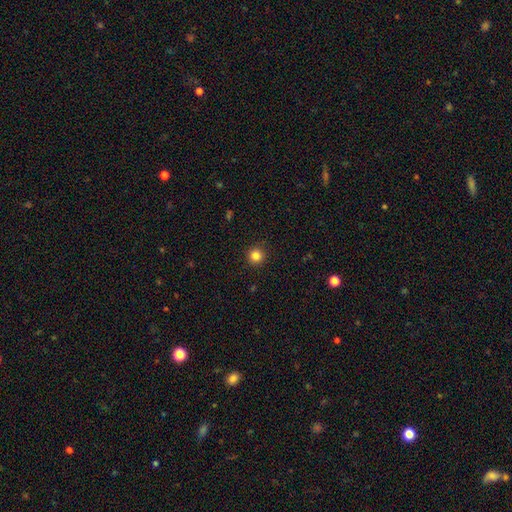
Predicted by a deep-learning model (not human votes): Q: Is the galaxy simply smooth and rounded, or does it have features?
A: smooth — 83%.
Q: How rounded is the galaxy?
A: round — 96%.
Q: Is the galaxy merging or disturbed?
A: none — 93%.